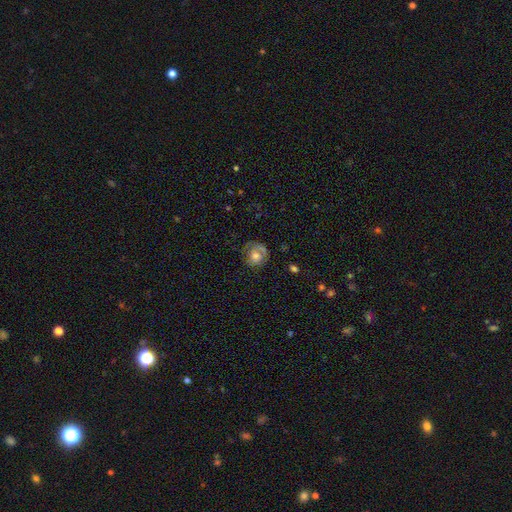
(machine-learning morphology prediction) Smooth or featured?
  - smooth: 52% *
  - featured or disk: 39%
  - star or artifact: 9%
How rounded?
  - round: 79% *
  - in between: 20%
  - cigar-shaped: 1%
Merging?
  - none: 60% *
  - minor disturbance: 24%
  - major disturbance: 14%
  - merger: 2%